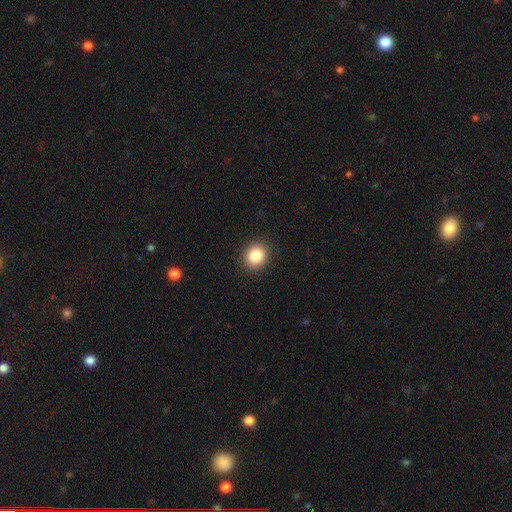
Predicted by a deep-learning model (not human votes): smooth-or-featured: smooth: 86% | star or artifact: 9% | featured or disk: 4%
  how-rounded: round: 71% | in between: 28% | cigar-shaped: 1%
  merging: none: 90% | minor disturbance: 7% | major disturbance: 2% | merger: 1%